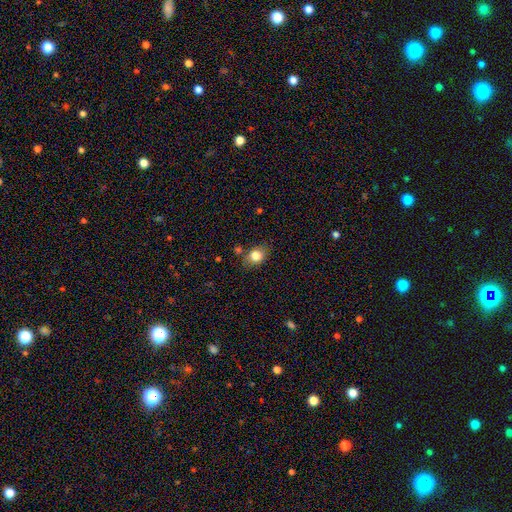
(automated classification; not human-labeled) A smooth galaxy with no disk features (80%) that is in between round and cigar-shaped (59%).

Vote fractions:
- Smooth or featured? smooth: 80% / featured or disk: 10% / star or artifact: 10%
- How rounded? in between: 59% / round: 39% / cigar-shaped: 1%
- Merging? none: 72% / minor disturbance: 18% / merger: 6% / major disturbance: 5%